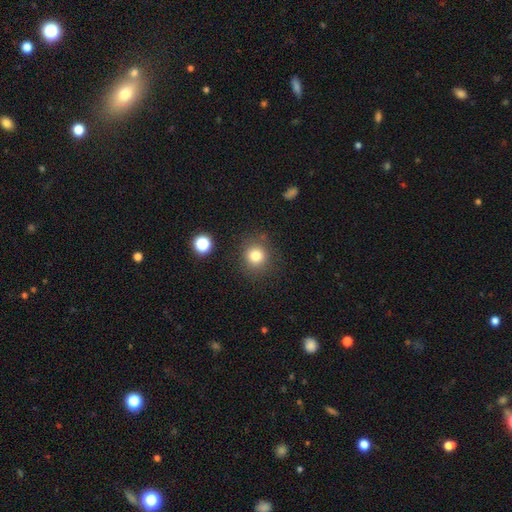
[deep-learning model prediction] A smooth galaxy with no disk features (81%) that is round (89%). Merging: none (84%).